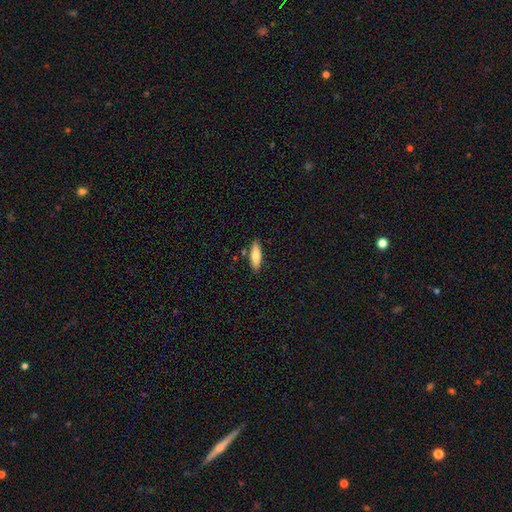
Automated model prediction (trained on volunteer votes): Smooth or featured? smooth (77%)
How rounded? in between (55%)
Merging? none (84%)